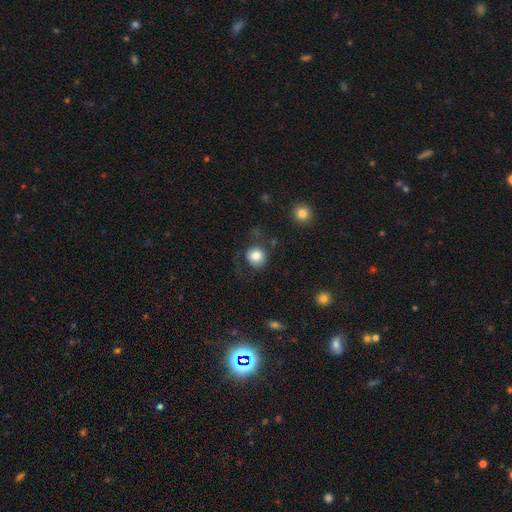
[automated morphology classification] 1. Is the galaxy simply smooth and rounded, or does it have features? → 83% smooth, 9% star or artifact, 8% featured or disk.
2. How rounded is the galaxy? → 79% round, 20% in between, 1% cigar-shaped.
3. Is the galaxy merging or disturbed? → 60% none, 19% minor disturbance, 17% major disturbance, 3% merger.